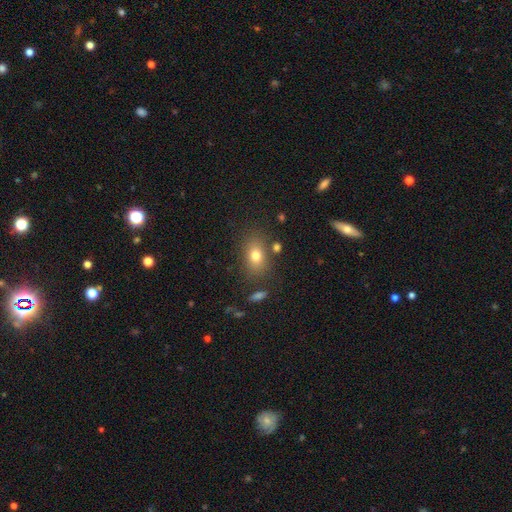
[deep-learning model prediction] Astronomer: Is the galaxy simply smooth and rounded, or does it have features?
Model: smooth — 75%.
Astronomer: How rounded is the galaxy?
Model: in between — 75%.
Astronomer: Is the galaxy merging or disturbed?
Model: none — 78%.